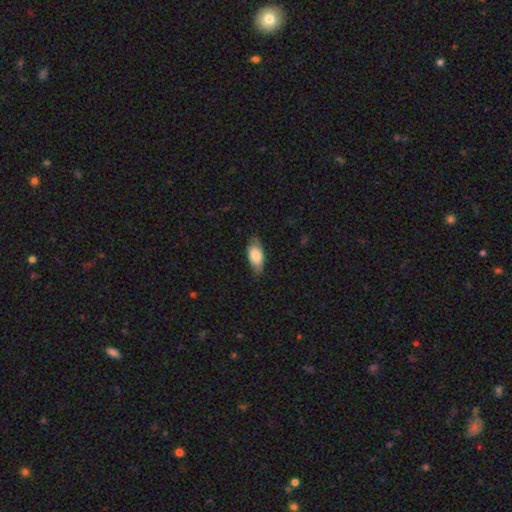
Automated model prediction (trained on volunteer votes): A smooth galaxy with no disk features (80%) that is in between round and cigar-shaped (88%).

Vote fractions:
- Smooth or featured? smooth: 80% / featured or disk: 14% / star or artifact: 6%
- How rounded? in between: 88% / cigar-shaped: 9% / round: 3%
- Merging? none: 74% / minor disturbance: 21% / major disturbance: 4% / merger: 1%